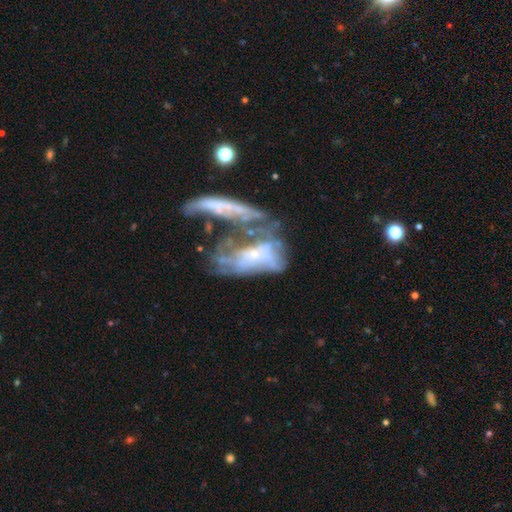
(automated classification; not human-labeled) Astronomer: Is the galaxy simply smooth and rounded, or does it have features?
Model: featured or disk — 61%.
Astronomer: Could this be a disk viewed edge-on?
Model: no — 90%.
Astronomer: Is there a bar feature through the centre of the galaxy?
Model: no — 83%.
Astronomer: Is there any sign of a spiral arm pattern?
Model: no — 67%.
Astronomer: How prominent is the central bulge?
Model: small — 54%.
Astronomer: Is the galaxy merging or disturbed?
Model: merger — 51% (runner-up: major disturbance, 26%).